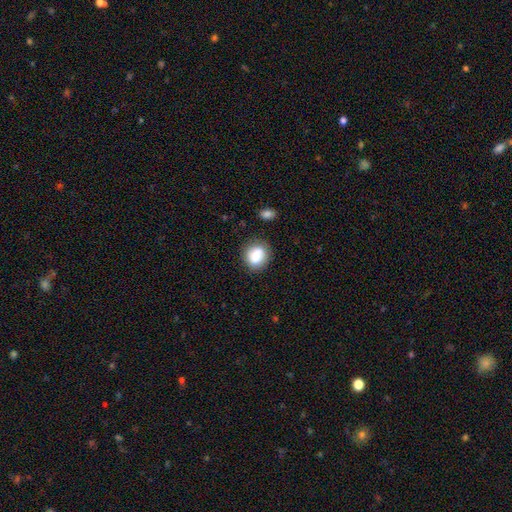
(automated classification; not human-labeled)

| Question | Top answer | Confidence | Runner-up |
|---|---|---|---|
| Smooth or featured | smooth | 79% | featured or disk (12%) |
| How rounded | round | 74% | in between (25%) |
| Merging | none | 73% | minor disturbance (15%) |